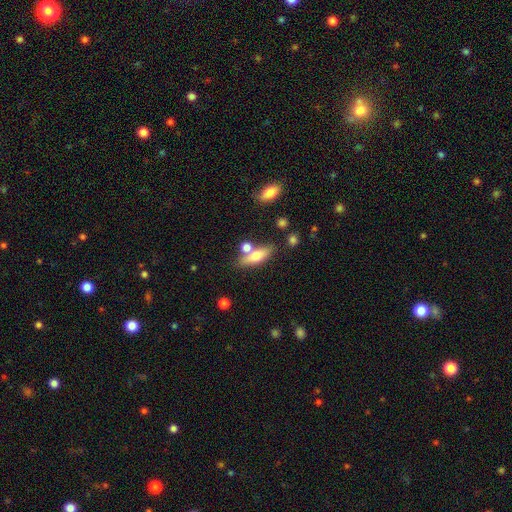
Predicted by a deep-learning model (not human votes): smooth-or-featured: smooth: 63% | featured or disk: 30% | star or artifact: 8%
  how-rounded: in between: 56% | cigar-shaped: 39% | round: 5%
  merging: none: 61% | merger: 22% | minor disturbance: 13% | major disturbance: 4%